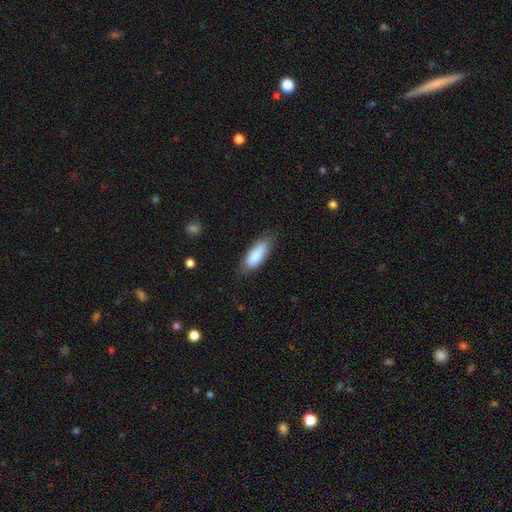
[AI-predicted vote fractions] This appears to be a smooth galaxy with no disk features (84%) that is in between round and cigar-shaped (69%). Merging: none (77%).